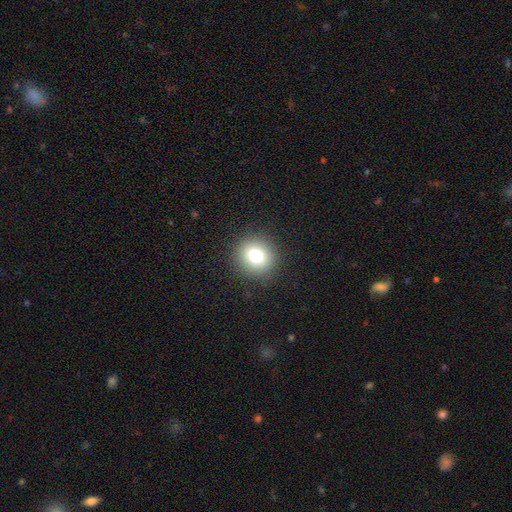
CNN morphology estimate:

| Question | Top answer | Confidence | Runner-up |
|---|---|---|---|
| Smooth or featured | smooth | 79% | star or artifact (12%) |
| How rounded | round | 84% | in between (15%) |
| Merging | none | 89% | minor disturbance (7%) |